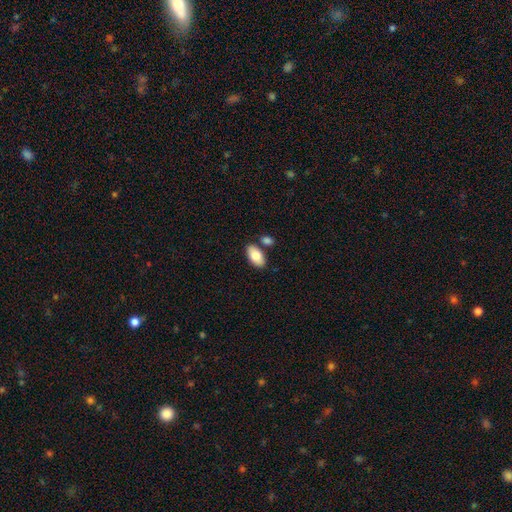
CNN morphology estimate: The model was most divided on "merging": none: 76%, merger: 12%, minor disturbance: 10%, major disturbance: 2%. More confident: how rounded — in between (95%); smooth or featured — smooth (81%).